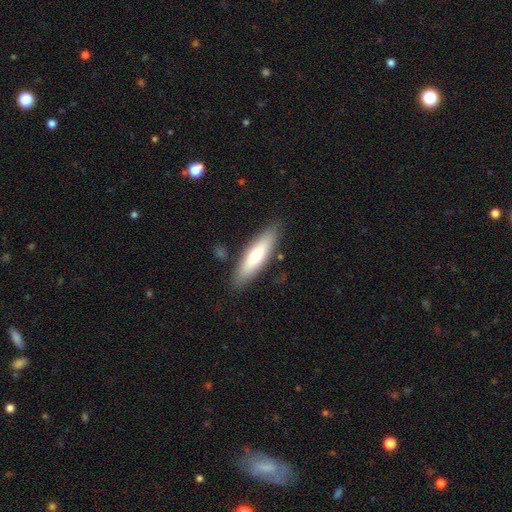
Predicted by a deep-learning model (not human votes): This is likely a smooth galaxy (66%). How rounded: likely cigar-shaped (65%). Merging: clearly none (86%).